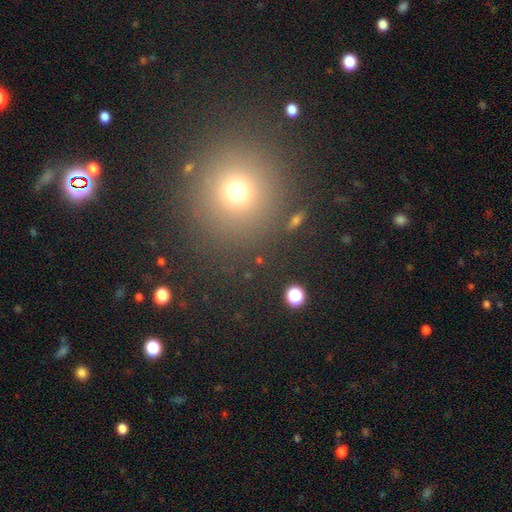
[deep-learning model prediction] smooth 60%, star or artifact 33%, featured or disk 8%. Down the decision tree: how rounded — round (93%); merging — none (88%).